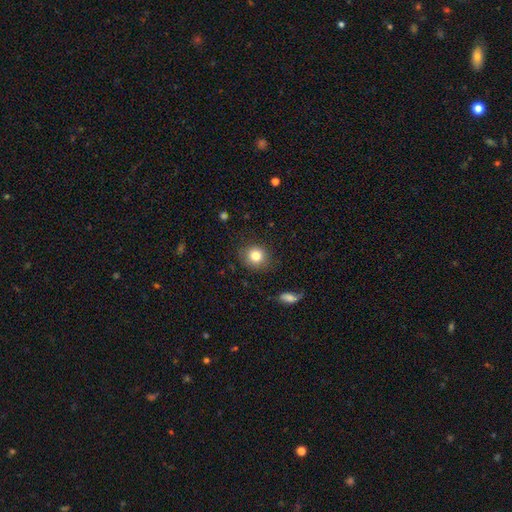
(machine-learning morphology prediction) smooth_or_featured: smooth (p=0.82) [alt: star or artifact p=0.10]
how_rounded: round (p=0.85) [alt: in between p=0.14]
merging: none (p=0.85) [alt: minor disturbance p=0.10]